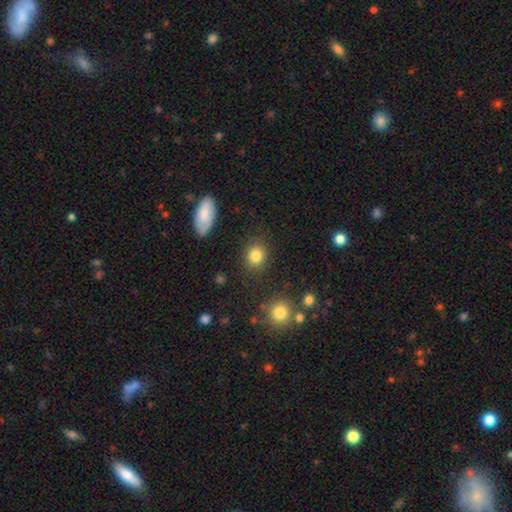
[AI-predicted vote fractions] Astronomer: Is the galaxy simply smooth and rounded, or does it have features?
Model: smooth — 84%.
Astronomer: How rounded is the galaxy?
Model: round — 69%.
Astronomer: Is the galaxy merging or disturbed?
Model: none — 85%.